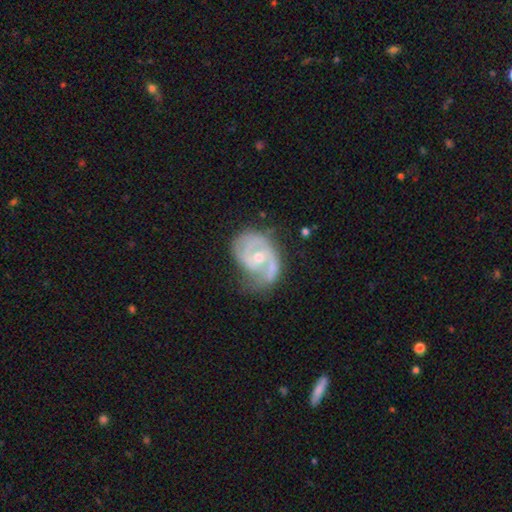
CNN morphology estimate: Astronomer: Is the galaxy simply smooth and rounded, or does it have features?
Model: featured or disk — 83%.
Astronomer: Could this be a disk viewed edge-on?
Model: no — 97%.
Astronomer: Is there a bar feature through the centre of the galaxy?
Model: no — 55% (runner-up: weak, 36%).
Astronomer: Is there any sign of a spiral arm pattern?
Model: yes — 92%.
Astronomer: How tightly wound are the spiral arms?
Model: medium — 44% (runner-up: tight, 35%).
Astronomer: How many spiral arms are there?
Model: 2 — 60%.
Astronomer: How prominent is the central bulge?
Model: small — 49% (runner-up: moderate, 47%).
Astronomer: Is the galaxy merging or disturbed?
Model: none — 49% (runner-up: minor disturbance, 28%).